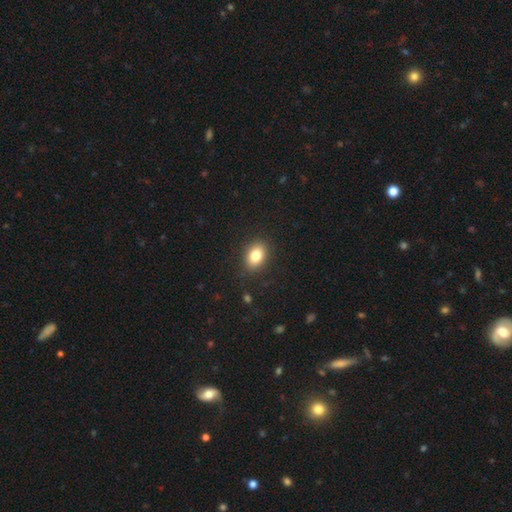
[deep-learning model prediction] The model was most divided on "how rounded": in between: 77%, round: 21%, cigar-shaped: 1%. More confident: merging — none (87%); smooth or featured — smooth (81%).